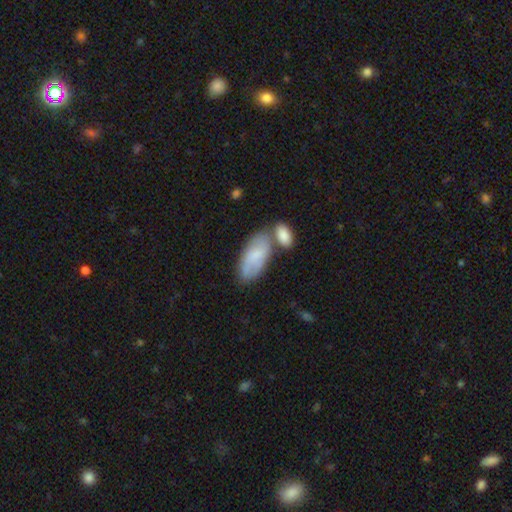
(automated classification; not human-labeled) smooth 61%, featured or disk 33%, star or artifact 7%. Down the decision tree: how rounded — in between (89%); merging — none (45%).